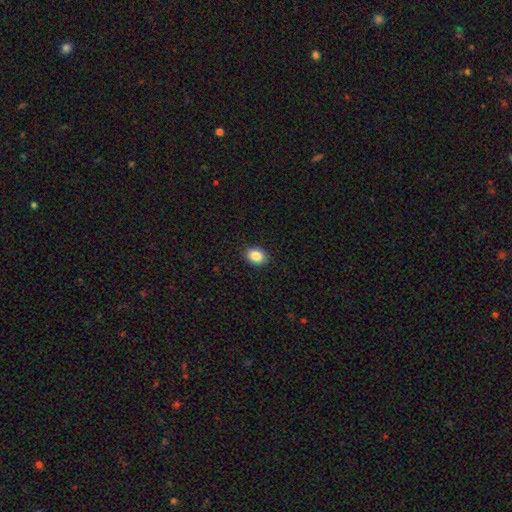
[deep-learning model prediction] smooth_or_featured: smooth (p=0.87) [alt: star or artifact p=0.08]
how_rounded: in between (p=0.73) [alt: round p=0.26]
merging: none (p=0.89) [alt: minor disturbance p=0.08]